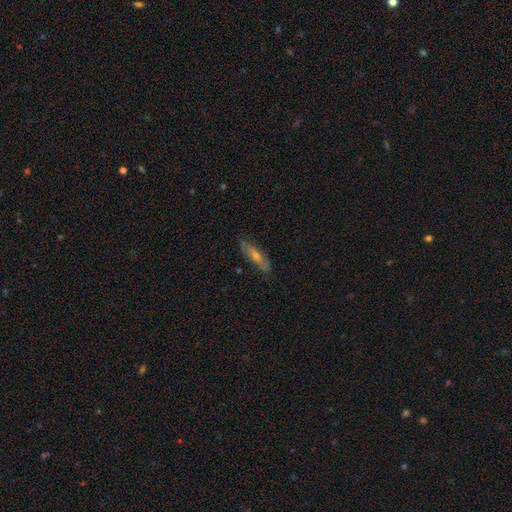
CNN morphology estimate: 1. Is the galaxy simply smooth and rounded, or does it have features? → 54% featured or disk, 37% smooth, 8% star or artifact.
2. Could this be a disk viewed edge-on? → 62% yes, 38% no.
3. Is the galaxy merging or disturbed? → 83% none, 13% minor disturbance, 3% major disturbance, 1% merger.